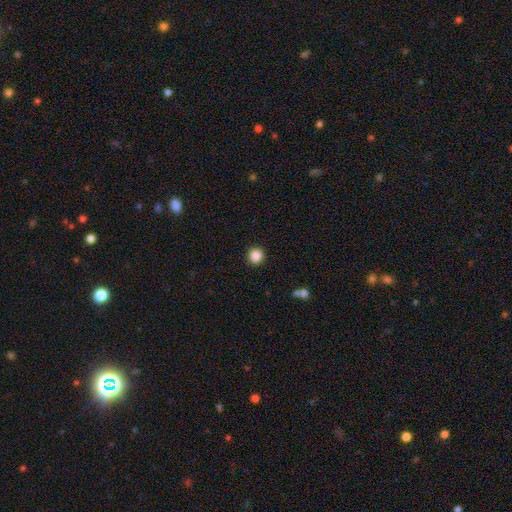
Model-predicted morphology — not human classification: Smooth or featured?
  - smooth: 87% *
  - star or artifact: 10%
  - featured or disk: 4%
How rounded?
  - round: 95% *
  - in between: 4%
  - cigar-shaped: 1%
Merging?
  - none: 93% *
  - minor disturbance: 4%
  - major disturbance: 2%
  - merger: 1%